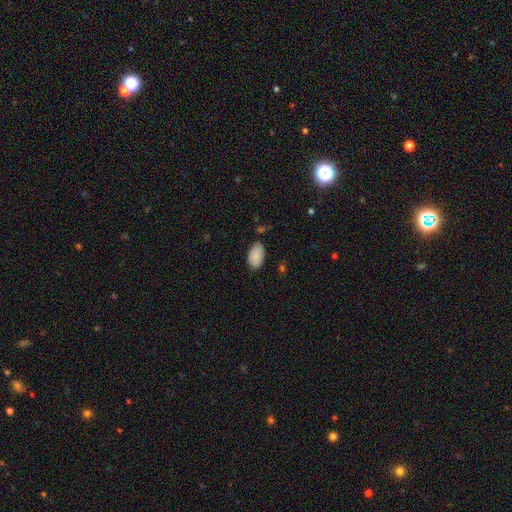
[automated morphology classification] A smooth galaxy with no disk features (88%) that is in between round and cigar-shaped (95%).

Vote fractions:
- Smooth or featured? smooth: 88% / star or artifact: 6% / featured or disk: 5%
- How rounded? in between: 95% / round: 4% / cigar-shaped: 1%
- Merging? none: 76% / minor disturbance: 18% / major disturbance: 3% / merger: 3%